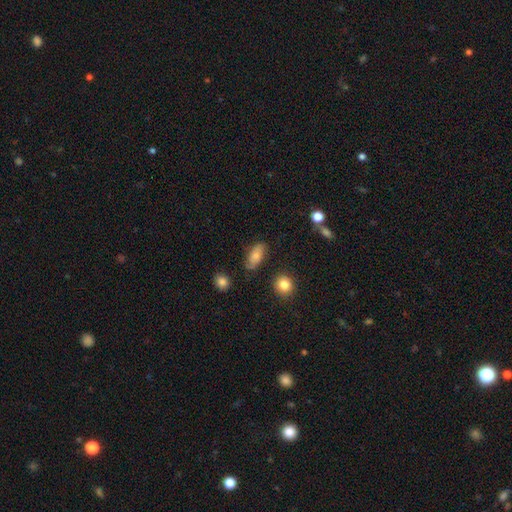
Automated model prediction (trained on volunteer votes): smooth_or_featured: smooth (p=0.74) [alt: featured or disk p=0.17]
how_rounded: in between (p=0.87) [alt: cigar-shaped p=0.08]
merging: none (p=0.74) [alt: minor disturbance p=0.19]